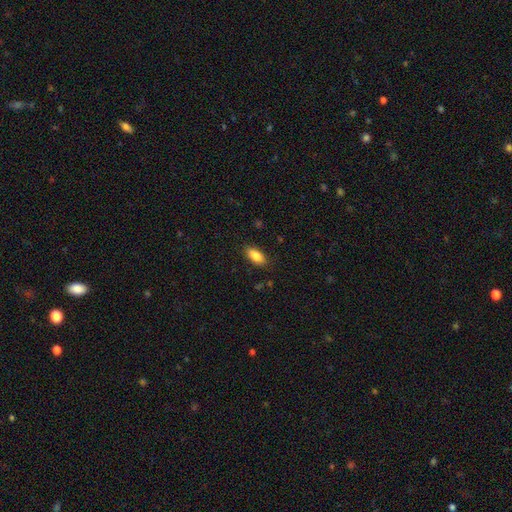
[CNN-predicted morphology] Smooth or featured? Predicted: smooth (p=0.86). How rounded? Predicted: in between (p=0.89). Merging? Predicted: none (p=0.86).